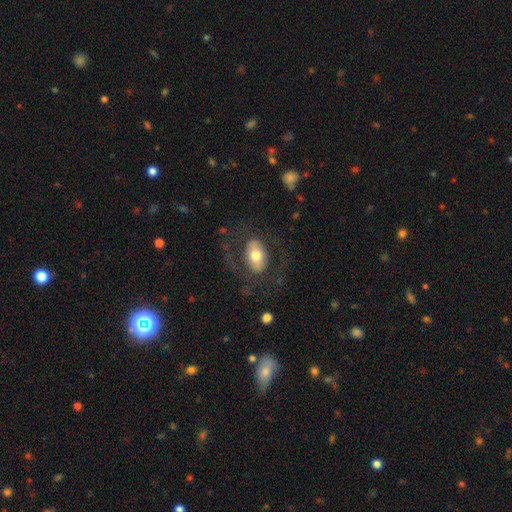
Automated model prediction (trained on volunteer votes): A smooth galaxy with no disk features (52%) that is in between round and cigar-shaped (86%). Merging: none (68%).